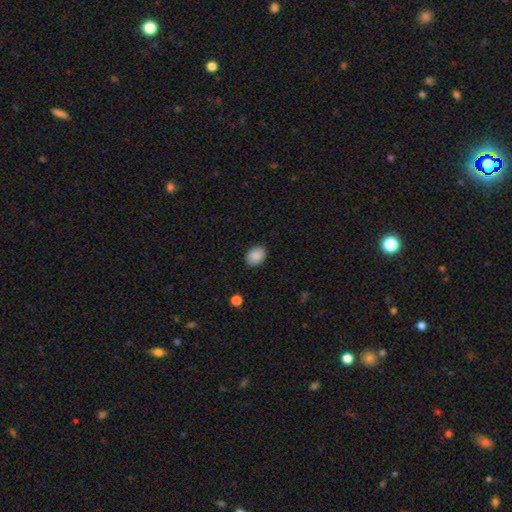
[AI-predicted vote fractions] Q: Smooth or featured?
A: smooth (89%); runner-up: star or artifact (8%)
Q: How rounded?
A: in between (72%); runner-up: round (27%)
Q: Merging?
A: none (88%); runner-up: minor disturbance (9%)